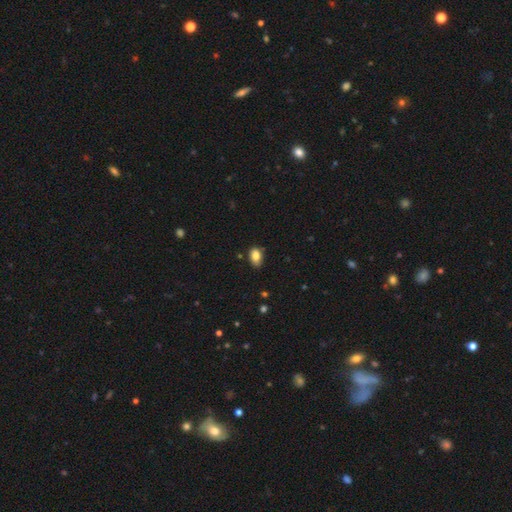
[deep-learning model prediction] A smooth galaxy with no disk features (83%) that is in between round and cigar-shaped (85%). Merging: none (73%).